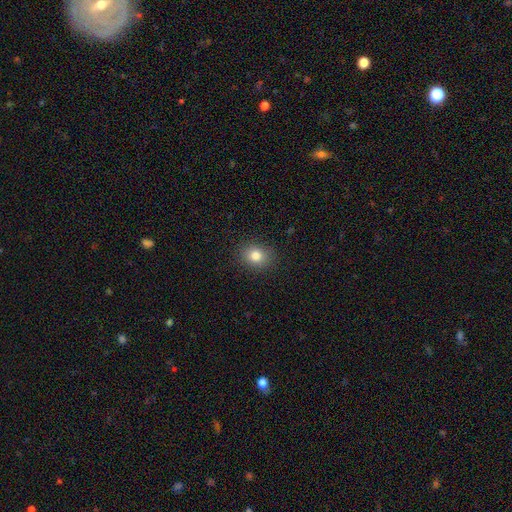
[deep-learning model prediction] This is likely a smooth galaxy (80%). How rounded: likely round (61%). Merging: clearly none (90%).